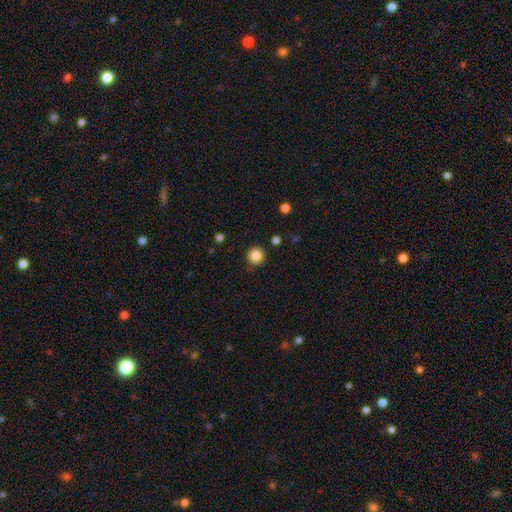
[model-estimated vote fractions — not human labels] smooth-or-featured: smooth: 85% | star or artifact: 11% | featured or disk: 4%
  how-rounded: round: 94% | in between: 5% | cigar-shaped: 1%
  merging: none: 85% | minor disturbance: 10% | major disturbance: 2% | merger: 2%